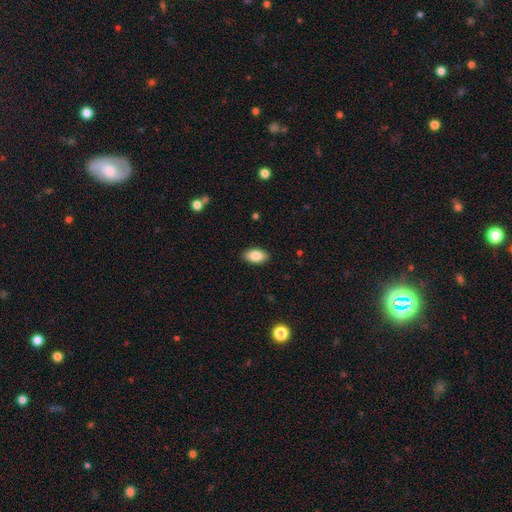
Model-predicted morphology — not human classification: Q: Smooth or featured?
A: smooth (85%); runner-up: featured or disk (8%)
Q: How rounded?
A: in between (93%); runner-up: round (5%)
Q: Merging?
A: none (89%); runner-up: minor disturbance (8%)